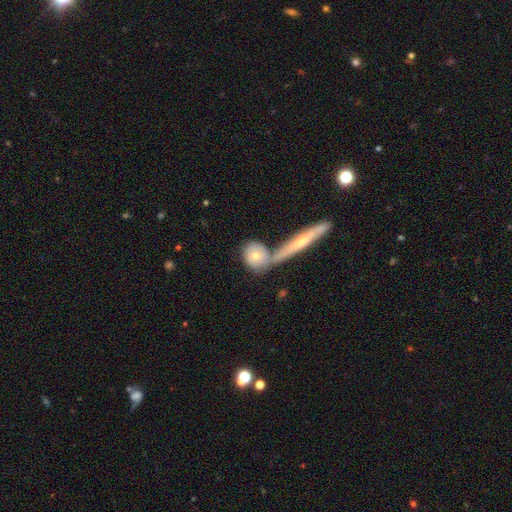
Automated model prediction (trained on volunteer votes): Smooth or featured: smooth — 65% (featured or disk — 29%)
How rounded: round — 64% (in between — 25%)
Merging: none — 54% (merger — 30%)